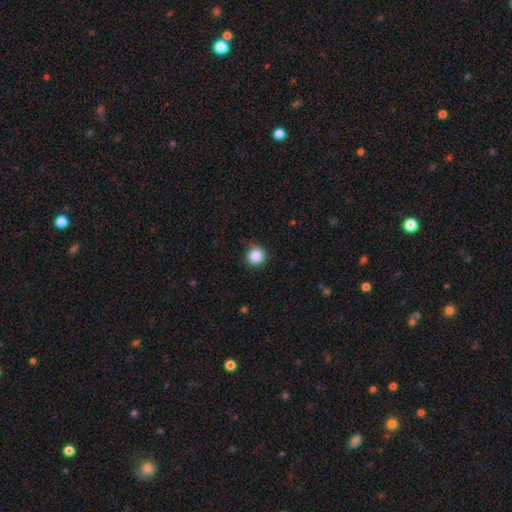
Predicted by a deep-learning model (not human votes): Q: Smooth or featured?
A: smooth (87%); runner-up: star or artifact (10%)
Q: How rounded?
A: round (92%); runner-up: in between (7%)
Q: Merging?
A: none (82%); runner-up: minor disturbance (14%)